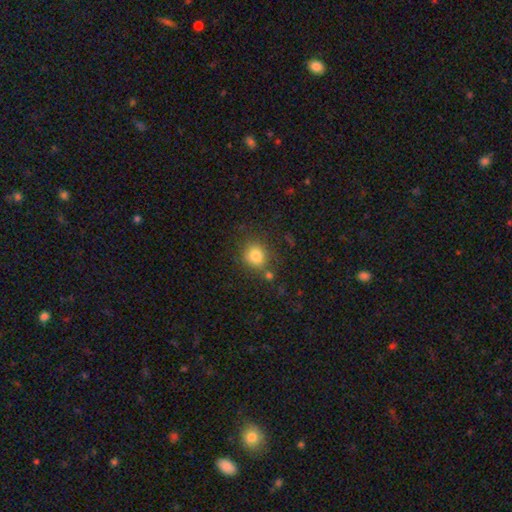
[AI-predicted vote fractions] This appears to be a smooth galaxy with no disk features (80%) that is round (80%). Merging: none (76%).